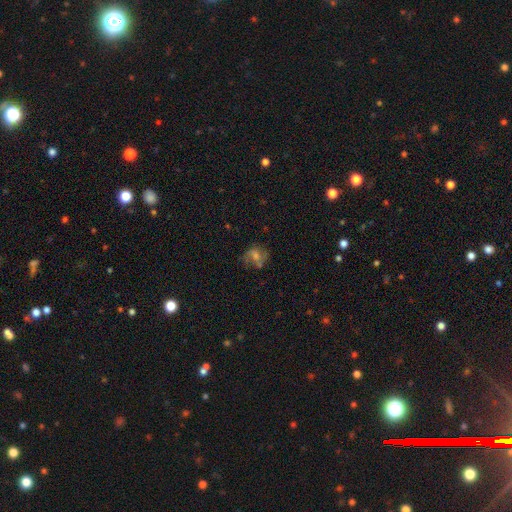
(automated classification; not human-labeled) smooth_or_featured: featured or disk (p=0.45) [alt: smooth p=0.34]
merging: none (p=0.63) [alt: minor disturbance p=0.19]